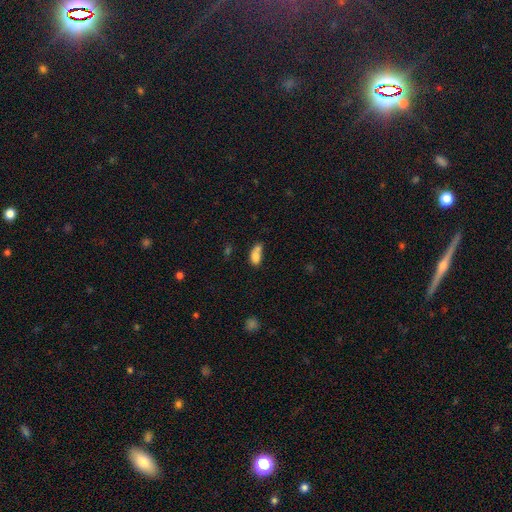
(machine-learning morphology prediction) smooth 77%, featured or disk 12%, star or artifact 11%. Down the decision tree: how rounded — in between (83%); merging — merger (51%).